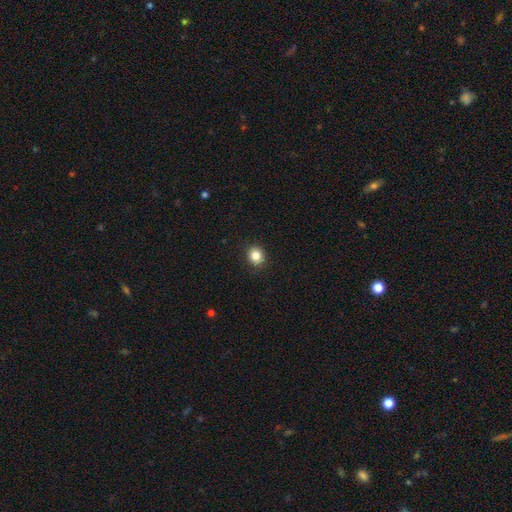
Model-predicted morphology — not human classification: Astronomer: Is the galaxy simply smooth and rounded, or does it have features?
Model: smooth — 85%.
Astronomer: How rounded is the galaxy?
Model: round — 80%.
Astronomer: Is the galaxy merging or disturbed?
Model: none — 90%.